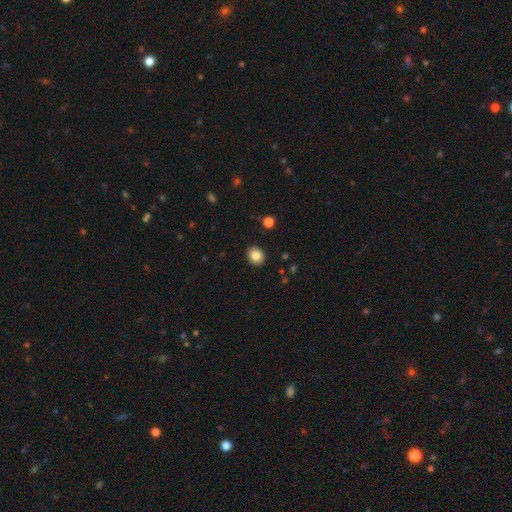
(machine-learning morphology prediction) smooth_or_featured: smooth (p=0.85) [alt: star or artifact p=0.09]
how_rounded: round (p=0.61) [alt: in between p=0.38]
merging: none (p=0.91) [alt: minor disturbance p=0.06]